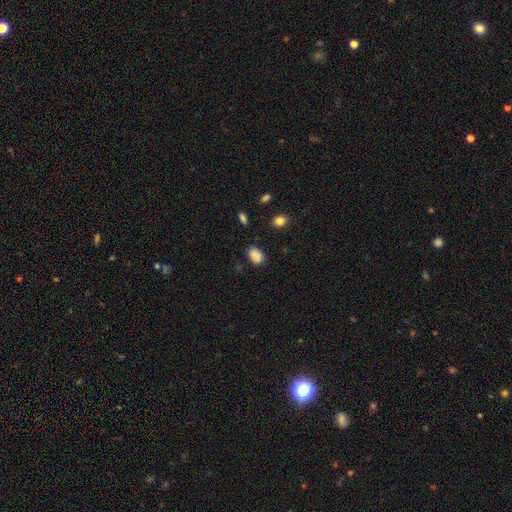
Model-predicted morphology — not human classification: smooth 87%, star or artifact 9%, featured or disk 4%. Down the decision tree: how rounded — in between (82%); merging — none (80%).